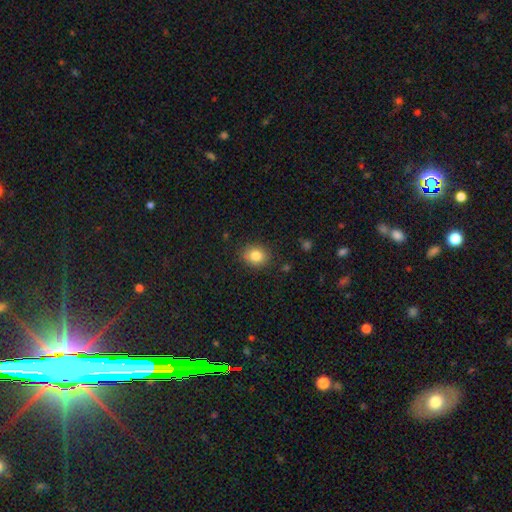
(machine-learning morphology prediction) Smooth or featured: smooth — 83% (star or artifact — 10%)
How rounded: round — 63% (in between — 36%)
Merging: none — 86% (minor disturbance — 10%)